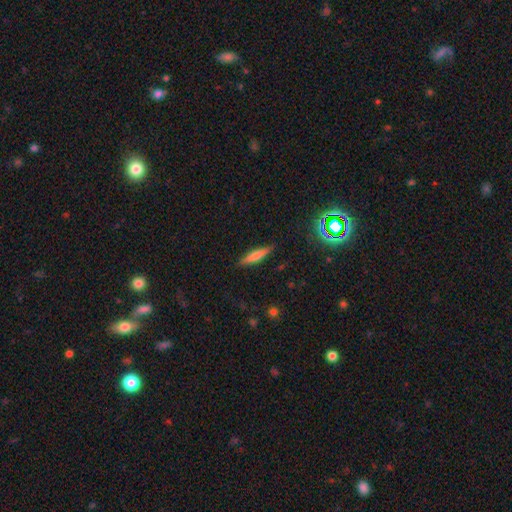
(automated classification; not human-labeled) Smooth or featured: smooth — 66% (featured or disk — 26%)
How rounded: cigar-shaped — 82% (in between — 16%)
Merging: none — 87% (minor disturbance — 9%)